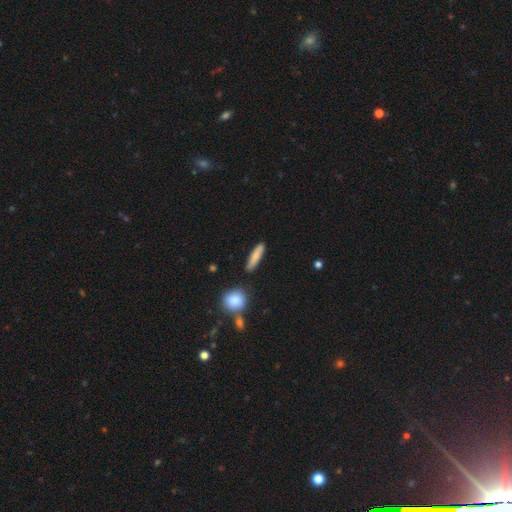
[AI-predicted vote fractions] smooth 82%, featured or disk 12%, star or artifact 6%. Down the decision tree: how rounded — cigar-shaped (79%); merging — none (84%).